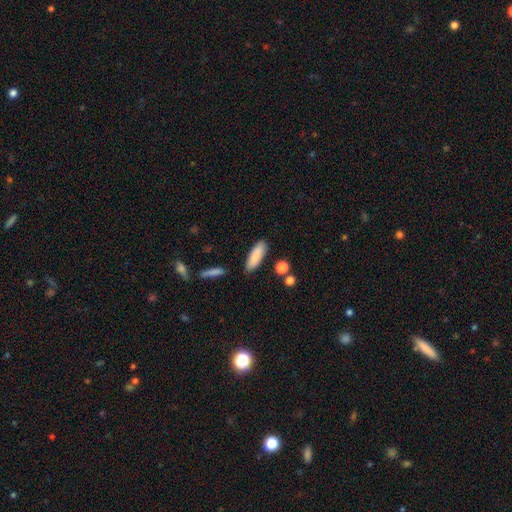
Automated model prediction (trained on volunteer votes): smooth-or-featured: smooth: 86% | featured or disk: 7% | star or artifact: 6%
  how-rounded: in between: 57% | cigar-shaped: 41% | round: 2%
  merging: none: 84% | minor disturbance: 10% | merger: 3% | major disturbance: 2%